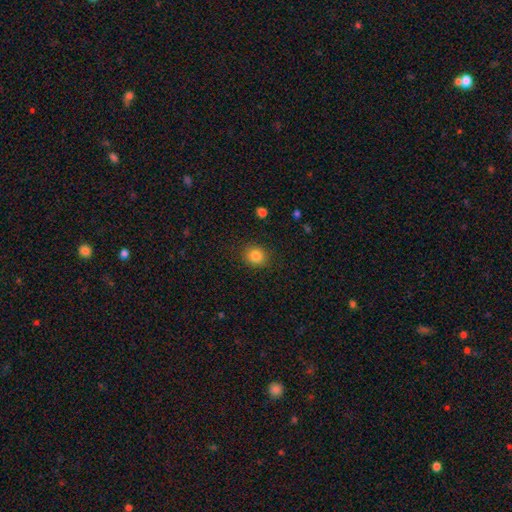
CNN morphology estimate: smooth-or-featured: smooth: 84% | star or artifact: 11% | featured or disk: 5%
  how-rounded: round: 80% | in between: 19% | cigar-shaped: 1%
  merging: none: 88% | minor disturbance: 8% | major disturbance: 3% | merger: 1%